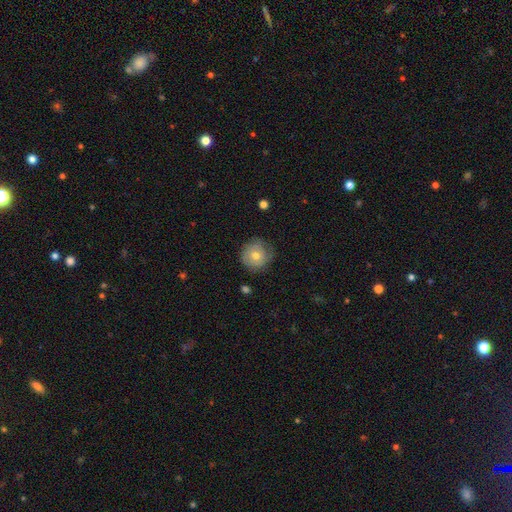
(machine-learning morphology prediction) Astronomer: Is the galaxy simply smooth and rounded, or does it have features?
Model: smooth — 68%.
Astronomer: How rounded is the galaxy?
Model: round — 92%.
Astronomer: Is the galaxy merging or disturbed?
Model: none — 74%.